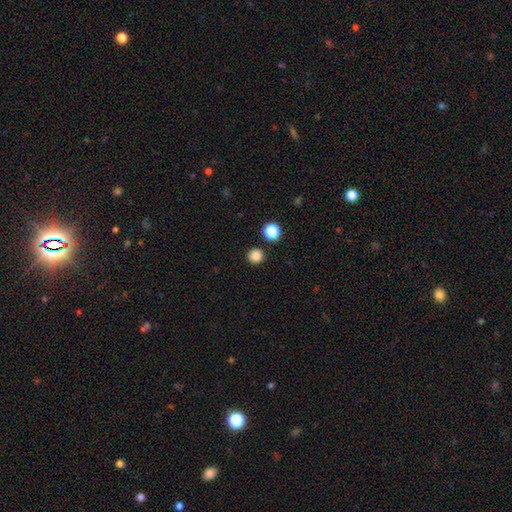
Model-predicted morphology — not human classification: smooth_or_featured: smooth (p=0.85) [alt: star or artifact p=0.12]
how_rounded: round (p=0.94) [alt: in between p=0.05]
merging: none (p=0.91) [alt: minor disturbance p=0.05]